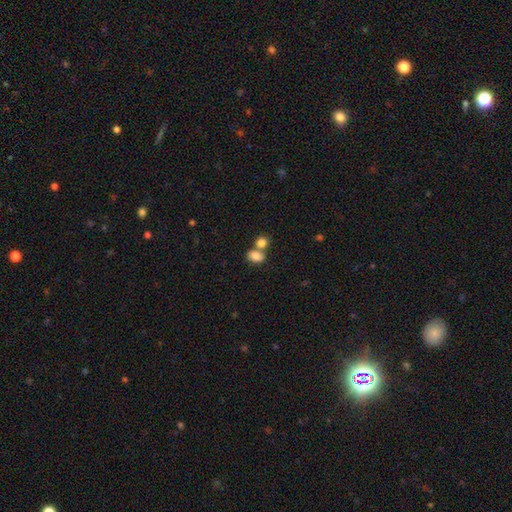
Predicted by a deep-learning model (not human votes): Q: Smooth or featured?
A: smooth (83%); runner-up: star or artifact (9%)
Q: How rounded?
A: in between (70%); runner-up: round (28%)
Q: Merging?
A: merger (51%); runner-up: none (35%)